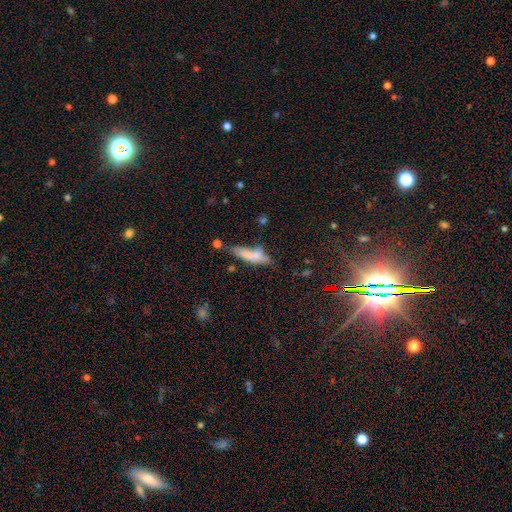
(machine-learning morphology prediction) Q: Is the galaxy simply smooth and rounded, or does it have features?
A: smooth — 54%.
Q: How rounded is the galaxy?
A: cigar-shaped — 65%.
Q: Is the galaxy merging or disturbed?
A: none — 44%.